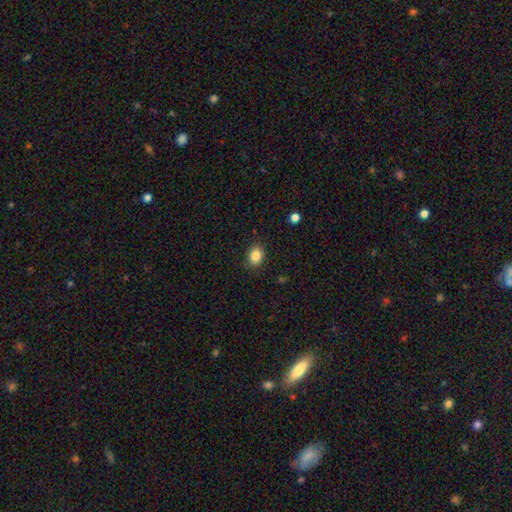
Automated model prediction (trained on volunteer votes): The model was most divided on "how rounded": in between: 57%, round: 42%, cigar-shaped: 1%. More confident: merging — none (86%); smooth or featured — smooth (85%).